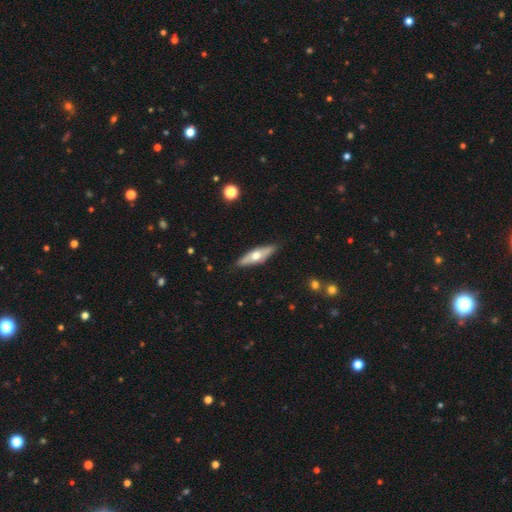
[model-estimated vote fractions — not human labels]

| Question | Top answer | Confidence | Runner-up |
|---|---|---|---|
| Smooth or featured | featured or disk | 52% | smooth (43%) |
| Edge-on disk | yes | 82% | no (18%) |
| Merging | none | 86% | minor disturbance (11%) |